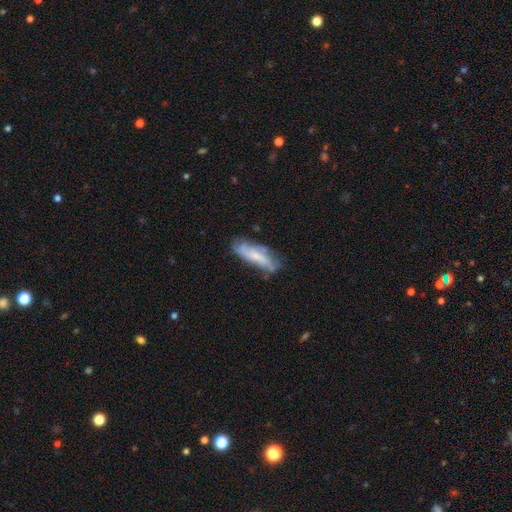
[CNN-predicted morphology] This is possibly a featured or disk galaxy (52%). It is likely not viewed edge-on (75%). Merging: likely none (60%).